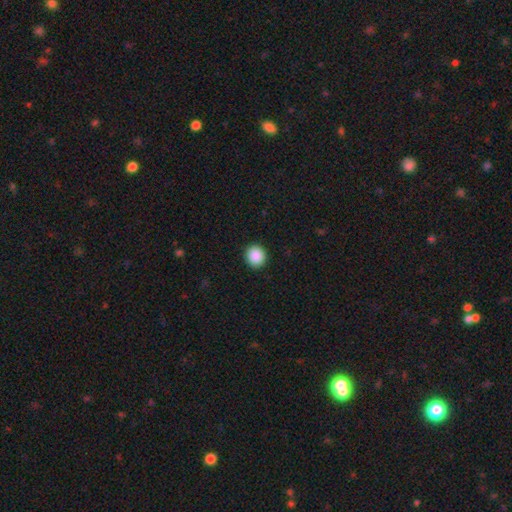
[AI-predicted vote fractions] Smooth or featured: smooth — 89% (star or artifact — 8%)
How rounded: round — 86% (in between — 13%)
Merging: none — 92% (minor disturbance — 5%)